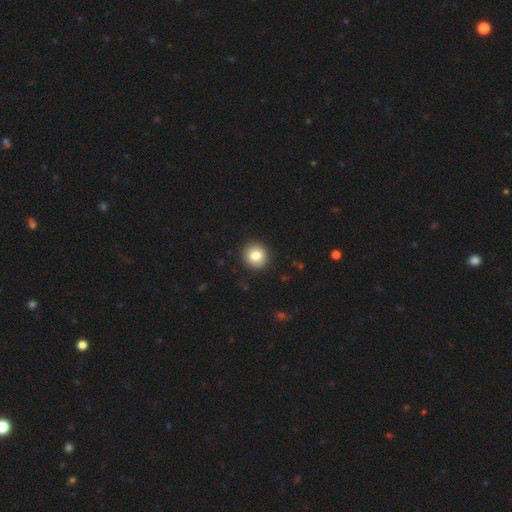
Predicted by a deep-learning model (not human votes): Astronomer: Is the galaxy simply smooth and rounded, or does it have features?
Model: smooth — 84%.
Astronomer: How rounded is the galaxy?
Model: round — 91%.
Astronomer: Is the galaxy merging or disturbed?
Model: none — 92%.